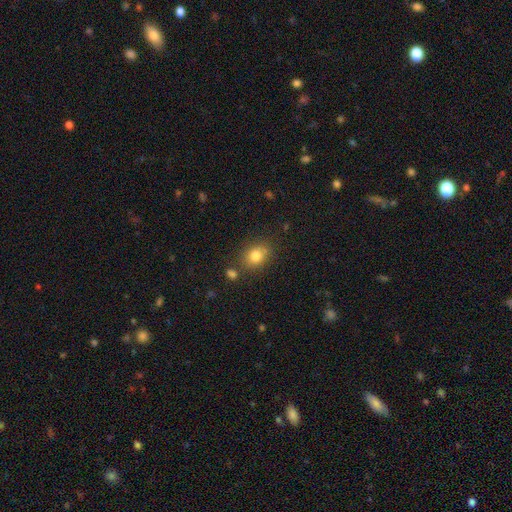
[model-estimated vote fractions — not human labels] smooth-or-featured: smooth: 81% | star or artifact: 11% | featured or disk: 8%
  how-rounded: in between: 50% | round: 49% | cigar-shaped: 1%
  merging: none: 76% | minor disturbance: 13% | merger: 7% | major disturbance: 4%